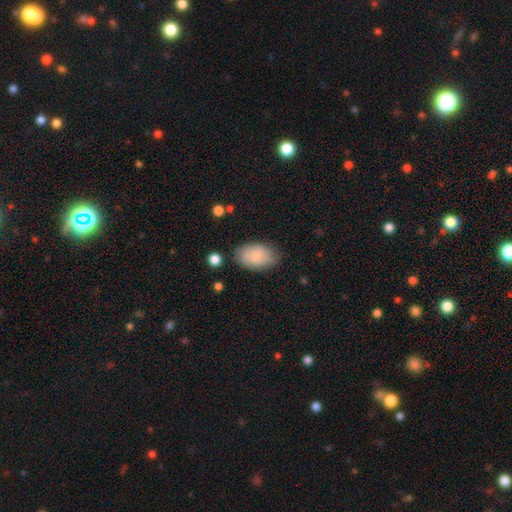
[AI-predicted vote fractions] This appears to be a smooth galaxy with no disk features (82%) that is in between round and cigar-shaped (93%). Merging: none (74%).